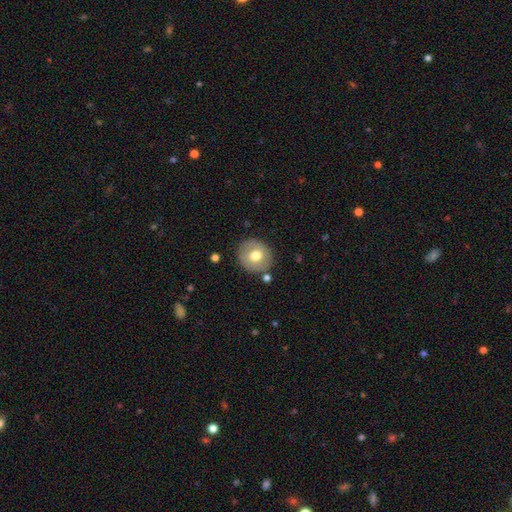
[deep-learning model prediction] This is likely a smooth galaxy (65%). How rounded: clearly round (85%). Merging: clearly none (84%).